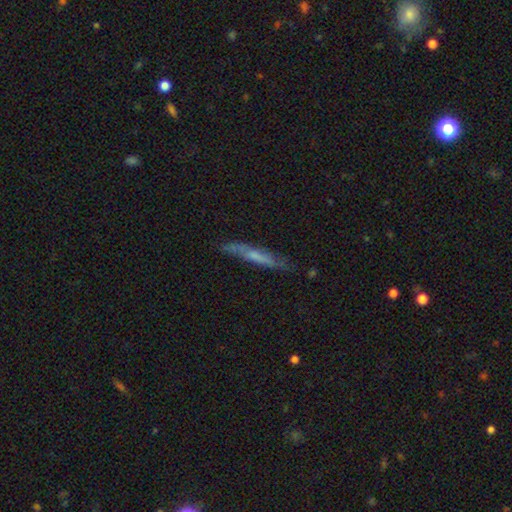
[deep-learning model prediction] This is possibly a featured or disk galaxy (51%). It is likely viewed edge-on (76%). Merging: likely none (72%).